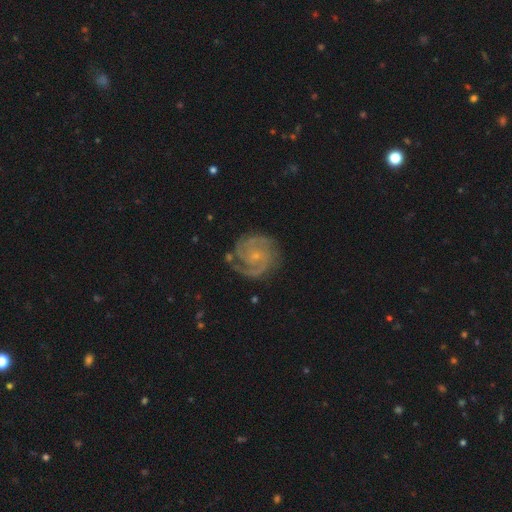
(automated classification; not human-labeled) Overall: featured or disk (91%). Edge-on disk: no (98%). Bar: no (64%; weak 30%). Spiral arms: yes (98%). Spiral arm count: 2 (50%; 3 27%). Spiral winding: tight (58%; medium 36%). Bulge size: small (79%). Merging: none (77%).